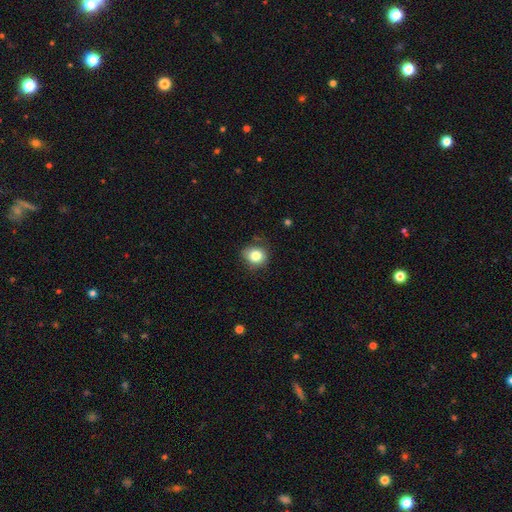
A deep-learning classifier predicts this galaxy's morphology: The model was most divided on "how rounded": round: 72%, in between: 27%, cigar-shaped: 1%. More confident: smooth or featured — smooth (82%); merging — none (75%).